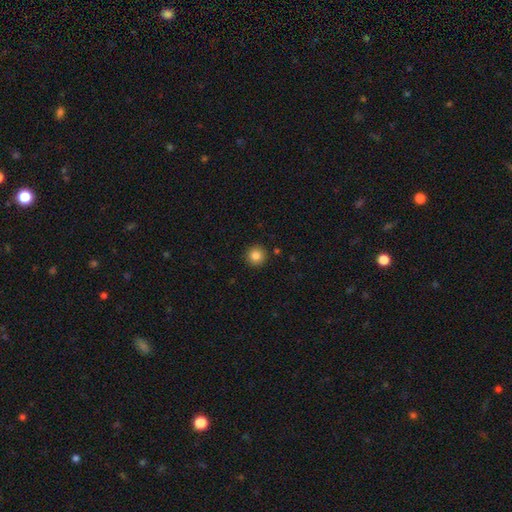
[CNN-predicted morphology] type=smooth (85%); roundness=round (96%); merging=none (92%).